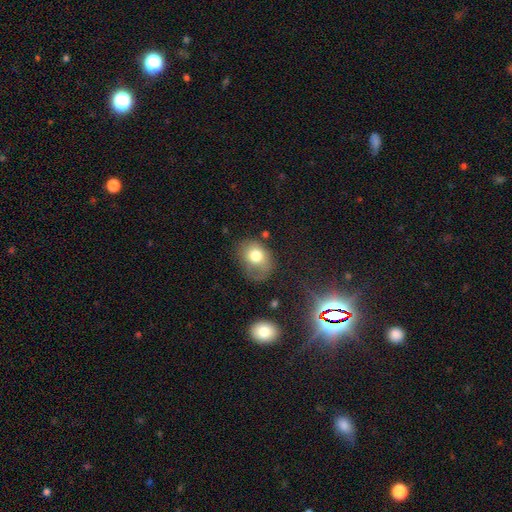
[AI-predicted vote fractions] The model was most divided on "merging": none: 43%, minor disturbance: 32%, major disturbance: 21%, merger: 4%. More confident: smooth or featured — smooth (73%); how rounded — in between (59%).